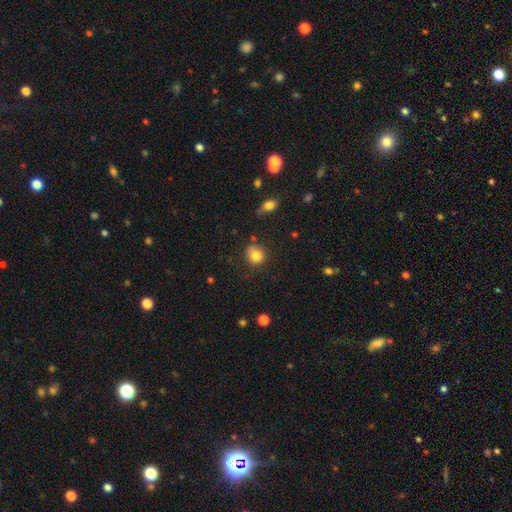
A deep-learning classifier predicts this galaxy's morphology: Overall: smooth (82%). How rounded: round (79%). Merging: none (68%).